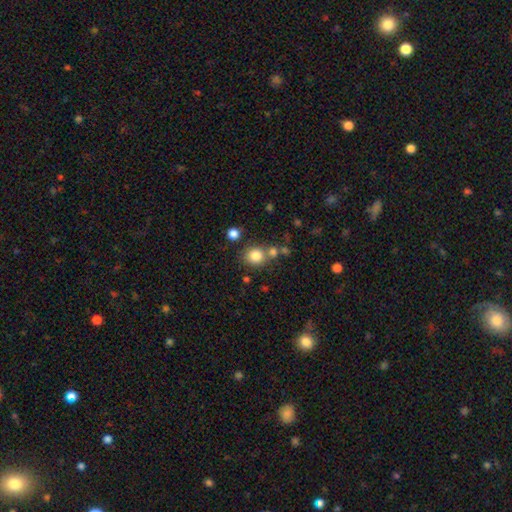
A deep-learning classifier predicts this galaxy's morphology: A smooth galaxy with no disk features (82%) that is round (82%).

Vote fractions:
- Smooth or featured? smooth: 82% / star or artifact: 11% / featured or disk: 6%
- How rounded? round: 82% / in between: 17% / cigar-shaped: 1%
- Merging? none: 68% / merger: 17% / minor disturbance: 10% / major disturbance: 4%